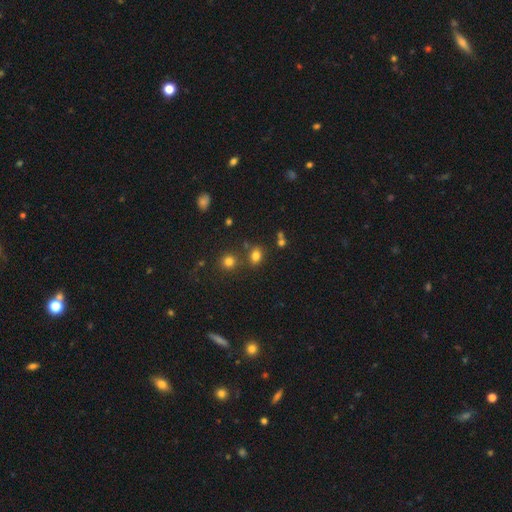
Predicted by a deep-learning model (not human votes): Morphology: type=smooth (77%); roundness=in between (62%); merging=none (72%).